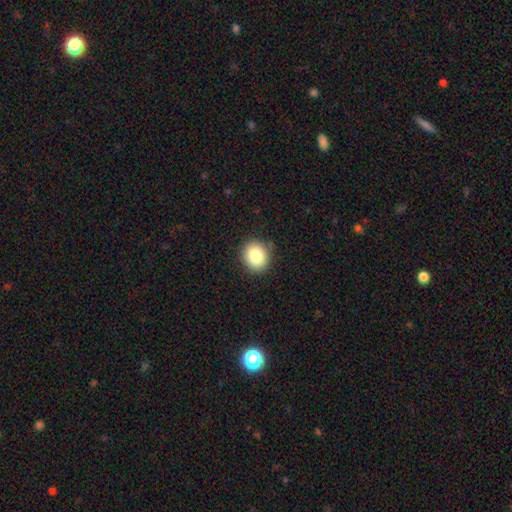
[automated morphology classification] smooth 85%, star or artifact 9%, featured or disk 6%. Down the decision tree: how rounded — round (70%); merging — none (87%).